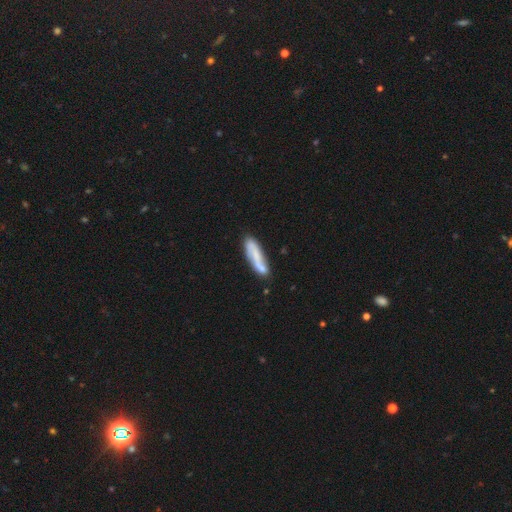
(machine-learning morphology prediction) The model was most divided on "smooth or featured": smooth: 53%, featured or disk: 41%, star or artifact: 6%. More confident: how rounded — cigar-shaped (60%); merging — none (52%).